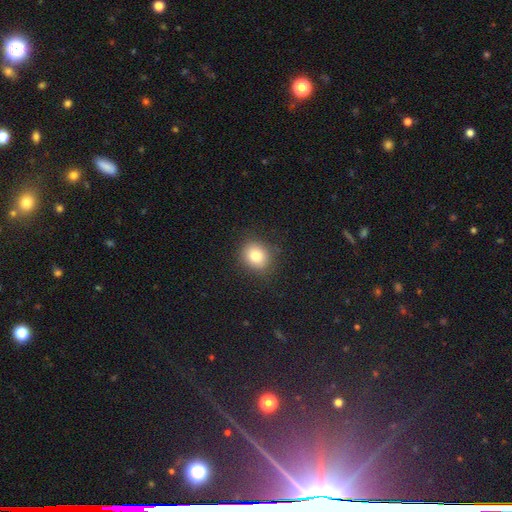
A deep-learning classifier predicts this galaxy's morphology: Overall: smooth (79%). How rounded: round (78%). Merging: none (87%).